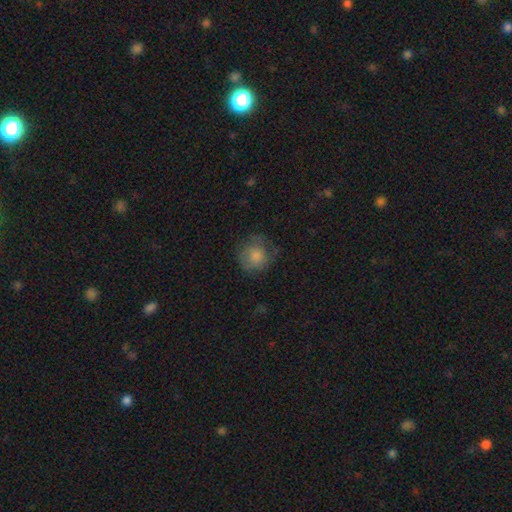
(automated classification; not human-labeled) smooth 76%, featured or disk 14%, star or artifact 10%. Down the decision tree: how rounded — round (87%); merging — none (67%).